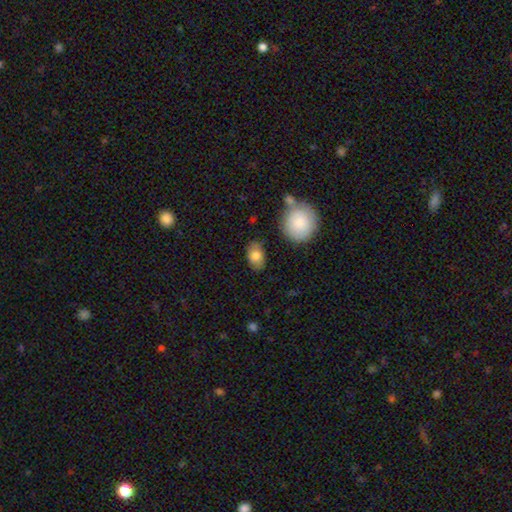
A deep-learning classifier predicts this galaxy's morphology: smooth 80%, featured or disk 12%, star or artifact 7%. Down the decision tree: how rounded — in between (84%); merging — none (81%).